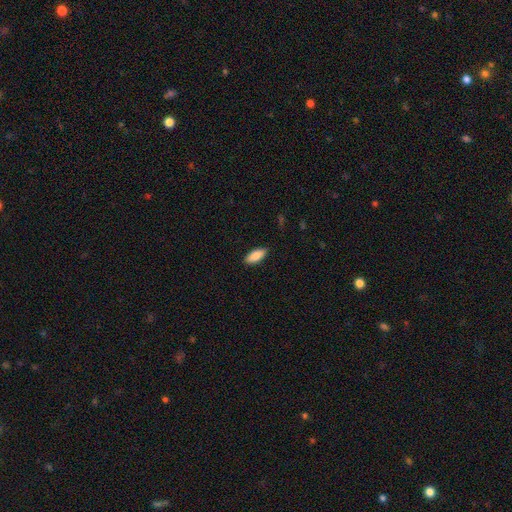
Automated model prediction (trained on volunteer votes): This appears to be a smooth galaxy with no disk features (88%) that is in between round and cigar-shaped (84%). Merging: none (88%).